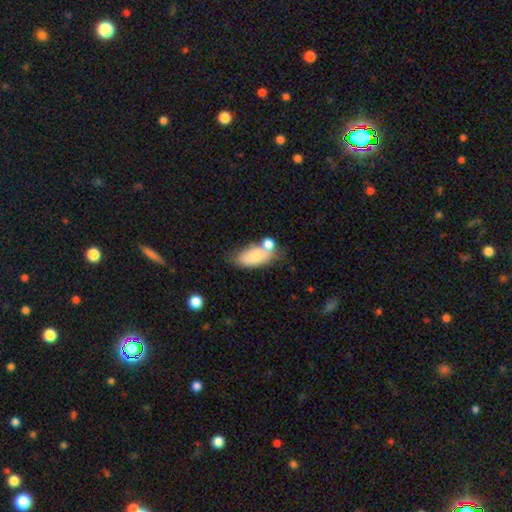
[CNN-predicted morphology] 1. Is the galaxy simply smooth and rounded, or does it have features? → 74% smooth, 18% featured or disk, 7% star or artifact.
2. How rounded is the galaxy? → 90% in between, 6% cigar-shaped, 4% round.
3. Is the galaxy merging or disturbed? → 40% none, 31% merger, 21% minor disturbance, 9% major disturbance.